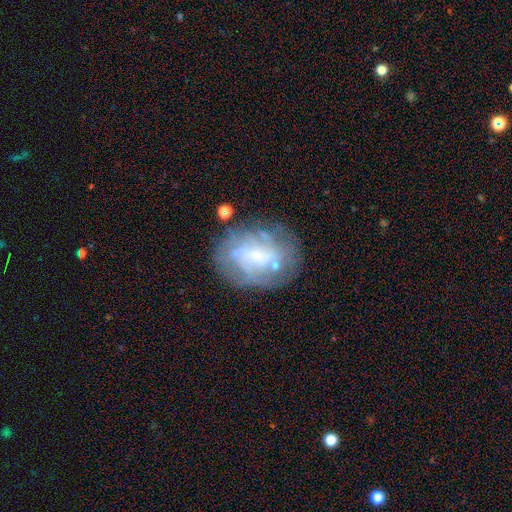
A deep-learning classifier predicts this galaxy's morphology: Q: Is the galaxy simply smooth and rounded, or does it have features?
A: featured or disk — 58%.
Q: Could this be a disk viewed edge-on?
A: no — 97%.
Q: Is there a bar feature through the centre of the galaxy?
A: no — 69%.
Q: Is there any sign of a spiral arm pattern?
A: yes — 51%.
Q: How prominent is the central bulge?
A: small — 51%.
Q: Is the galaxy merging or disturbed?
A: none — 63%.